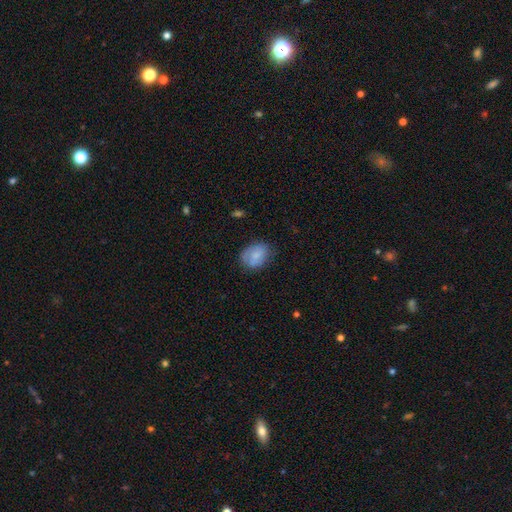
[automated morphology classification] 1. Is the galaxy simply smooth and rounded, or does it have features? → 68% smooth, 24% featured or disk, 8% star or artifact.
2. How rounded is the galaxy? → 66% in between, 33% round, 1% cigar-shaped.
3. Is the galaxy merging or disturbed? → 62% none, 26% minor disturbance, 9% major disturbance, 3% merger.